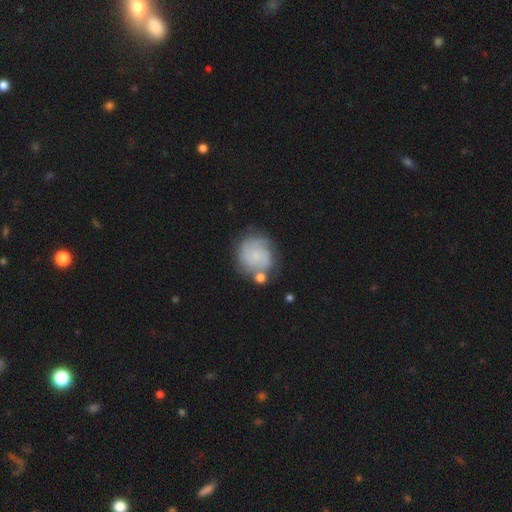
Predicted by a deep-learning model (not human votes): Smooth or featured? featured or disk (64%)
Edge-on disk? no (98%)
Bar? no (74%)
Spiral arms? yes (90%)
Spiral winding? tight (55%)
Spiral arm count? 2 (30%, tied with can't tell)
Bulge size? small (64%)
Merging? none (63%)